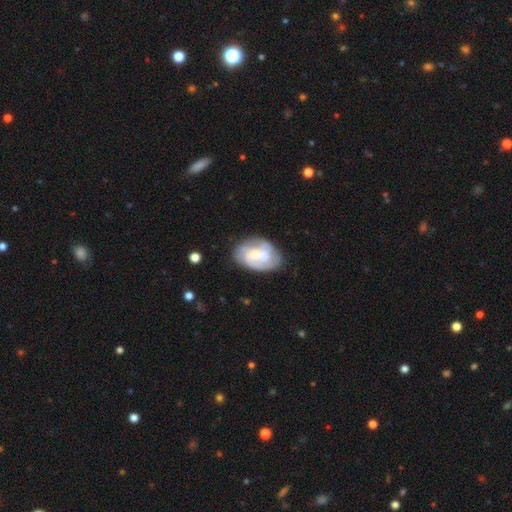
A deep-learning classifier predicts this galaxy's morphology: smooth-or-featured: featured or disk: 69% | smooth: 25% | star or artifact: 6%
  disk-edge-on: no: 97% | yes: 3%
    bar: no: 57% | weak: 34% | strong: 9%
    has-spiral-arms: yes: 84% | no: 16%
      spiral-winding: tight: 50% | medium: 38% | loose: 12%
      spiral-arm-count: 2: 32% | can't tell: 30% | 3: 25% | 4: 5% | 1: 5% | more than 4: 3%
    bulge-size: small: 49% | moderate: 33% | none: 11% | large: 5% | dominant: 1%
  merging: none: 58% | minor disturbance: 22% | merger: 11% | major disturbance: 10%